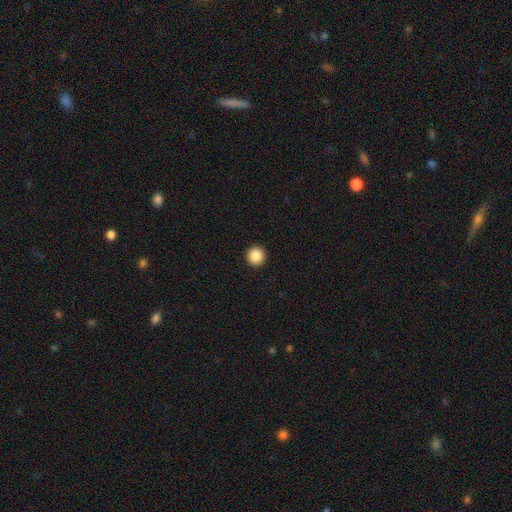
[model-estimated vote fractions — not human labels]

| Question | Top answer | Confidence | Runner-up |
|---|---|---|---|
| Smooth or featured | smooth | 87% | star or artifact (9%) |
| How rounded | round | 96% | in between (3%) |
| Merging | none | 94% | minor disturbance (4%) |